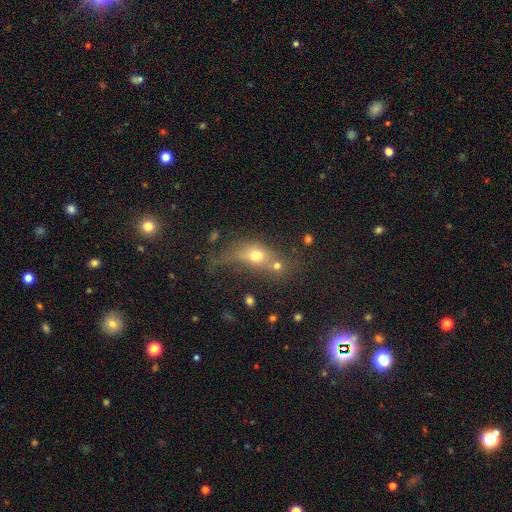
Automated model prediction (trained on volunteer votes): This is possibly a smooth galaxy (58%). How rounded: possibly in between (56%). Merging: marginally merger (32%).